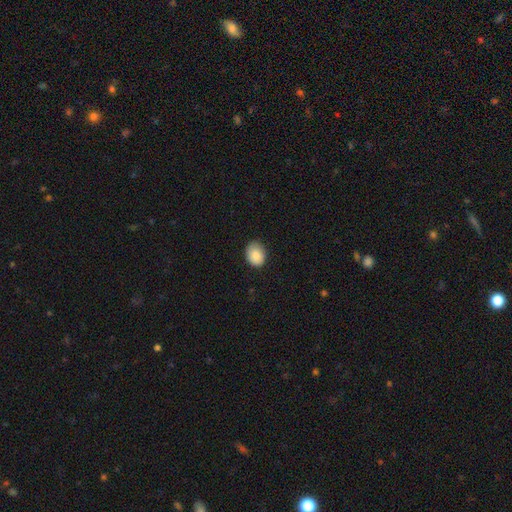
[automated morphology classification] A smooth galaxy with no disk features (87%) that is in between round and cigar-shaped (63%). Merging: none (76%).